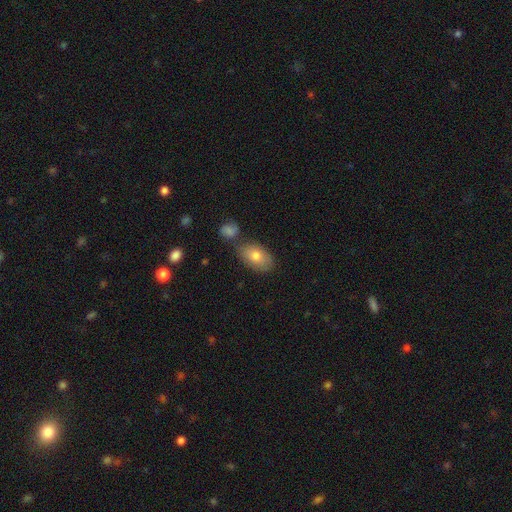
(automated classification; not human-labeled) A smooth galaxy with no disk features (77%) that is in between round and cigar-shaped (90%).

Vote fractions:
- Smooth or featured? smooth: 77% / featured or disk: 16% / star or artifact: 7%
- How rounded? in between: 90% / round: 8% / cigar-shaped: 2%
- Merging? none: 65% / minor disturbance: 16% / merger: 14% / major disturbance: 4%